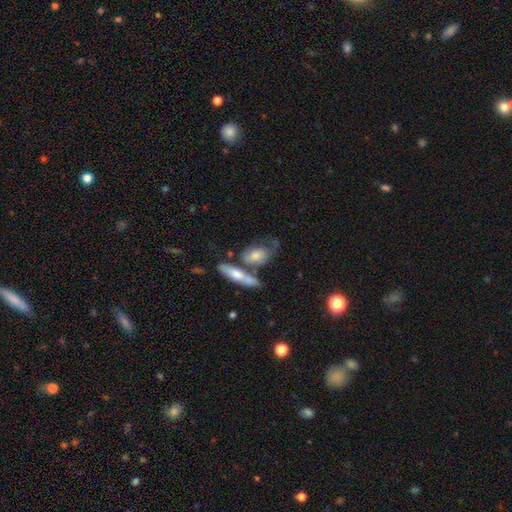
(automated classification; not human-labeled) Smooth or featured?
  - smooth: 62% *
  - featured or disk: 32%
  - star or artifact: 6%
How rounded?
  - in between: 78% *
  - cigar-shaped: 13%
  - round: 10%
Merging?
  - merger: 38% *
  - none: 29%
  - minor disturbance: 18%
  - major disturbance: 14%